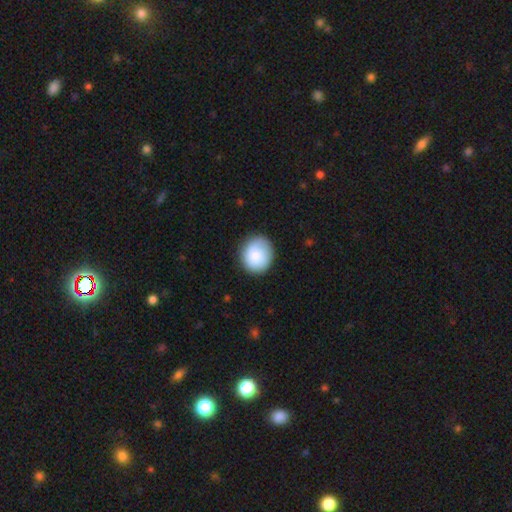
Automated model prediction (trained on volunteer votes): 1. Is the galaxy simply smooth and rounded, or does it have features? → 82% smooth, 12% featured or disk, 6% star or artifact.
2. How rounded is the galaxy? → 77% round, 22% in between, 1% cigar-shaped.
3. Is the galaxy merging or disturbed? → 82% none, 14% minor disturbance, 4% major disturbance, 1% merger.